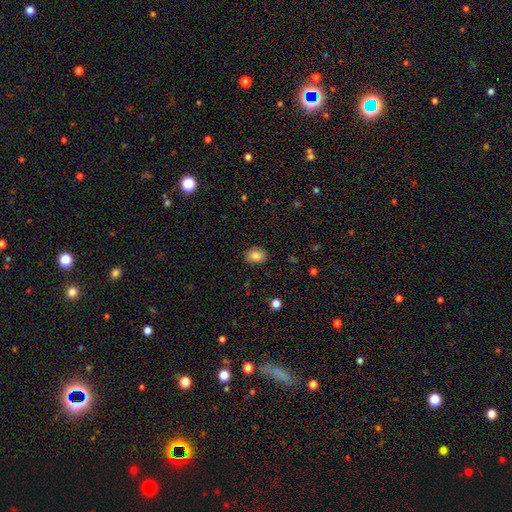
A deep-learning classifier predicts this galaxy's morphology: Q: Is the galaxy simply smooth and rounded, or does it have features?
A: smooth — 84%.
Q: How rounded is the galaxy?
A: in between — 65%.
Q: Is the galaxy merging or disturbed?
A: none — 84%.